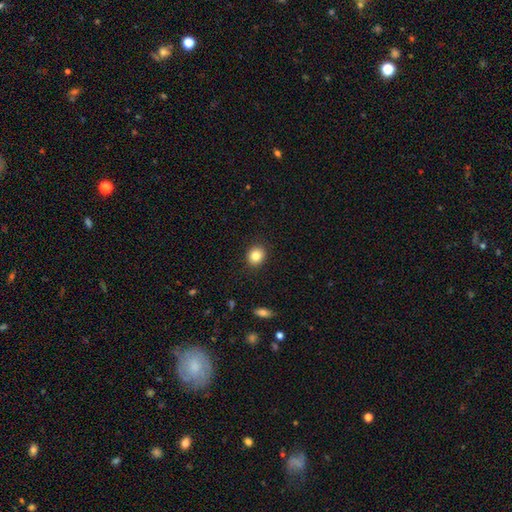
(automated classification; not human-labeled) Morphology: type=smooth (85%); roundness=round (72%); merging=none (90%).